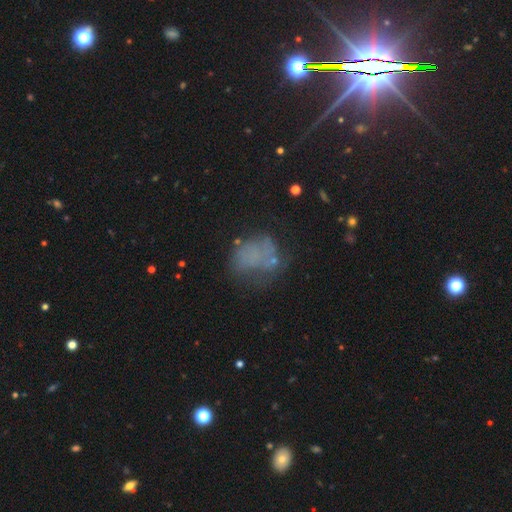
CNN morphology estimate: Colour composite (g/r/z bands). It shows a smooth galaxy with no disk features (49%). Merging: none (48%).